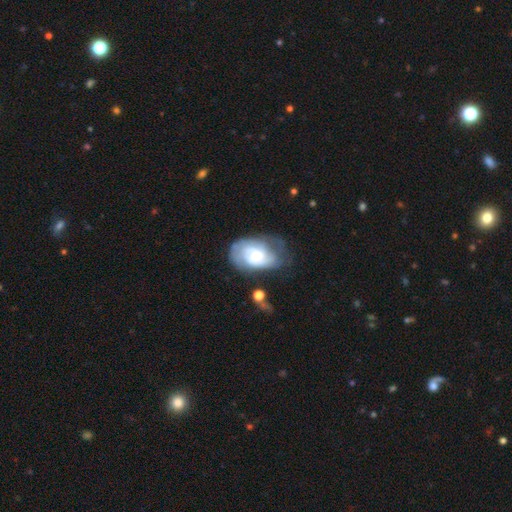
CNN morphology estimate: A featured or disk galaxy (68%) with no bar (63%), 2 (40%) tight (50%) spiral arms (85%) and a small central bulge (43%). Merging: none (50%).